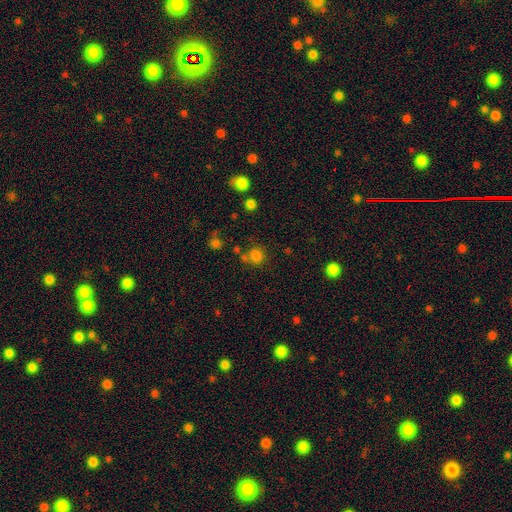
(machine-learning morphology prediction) Smooth or featured: smooth — 79% (star or artifact — 16%)
How rounded: round — 90% (in between — 9%)
Merging: none — 69% (merger — 15%)